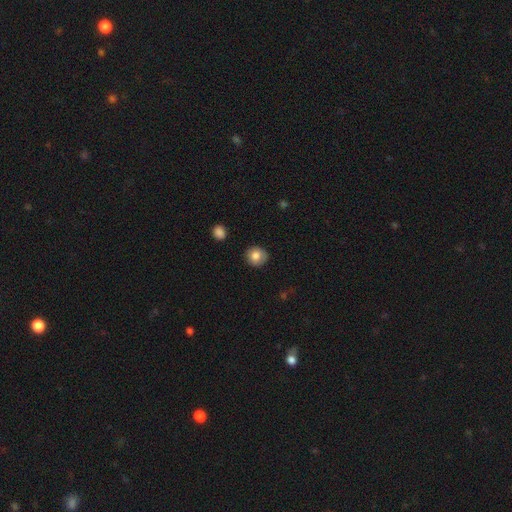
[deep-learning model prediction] Overall: smooth (82%). How rounded: round (85%). Merging: none (85%).